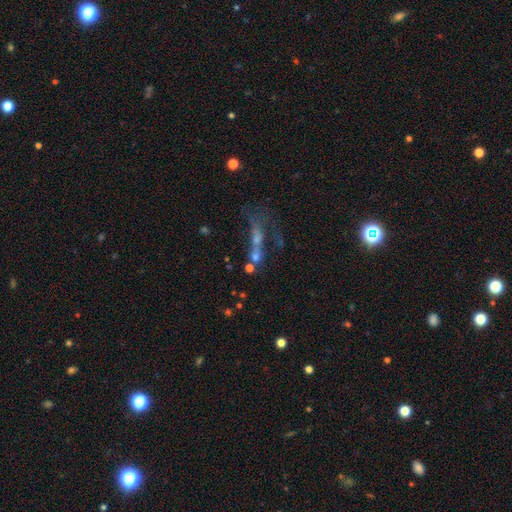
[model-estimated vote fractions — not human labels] A smooth galaxy with no disk features (39%).

Vote fractions:
- Smooth or featured? smooth: 39% / featured or disk: 38% / star or artifact: 23%
- Merging? merger: 43% / none: 26% / major disturbance: 21% / minor disturbance: 10%